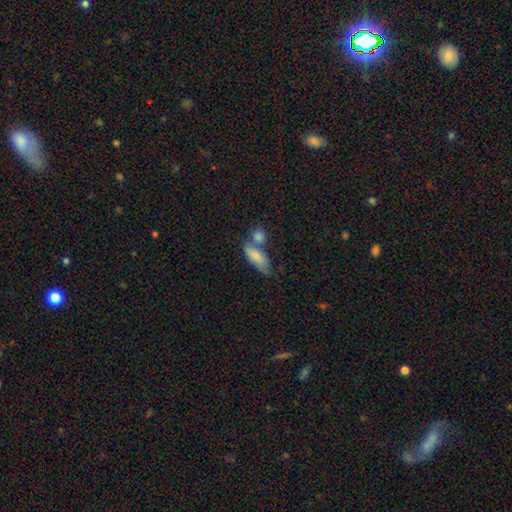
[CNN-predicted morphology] type=smooth (76%); roundness=in between (74%); merging=none (38%, tied with merger).